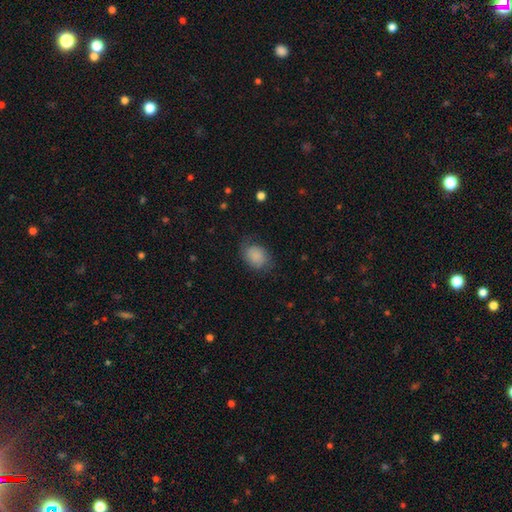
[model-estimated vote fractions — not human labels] Smooth or featured? Predicted: smooth (p=0.83). How rounded? Predicted: in between (p=0.63). Merging? Predicted: none (p=0.66).